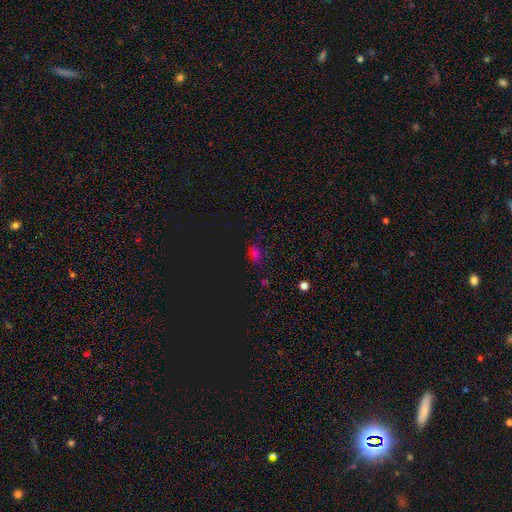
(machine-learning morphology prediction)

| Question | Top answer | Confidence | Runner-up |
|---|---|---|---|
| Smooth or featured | star or artifact | 50% | smooth (43%) |